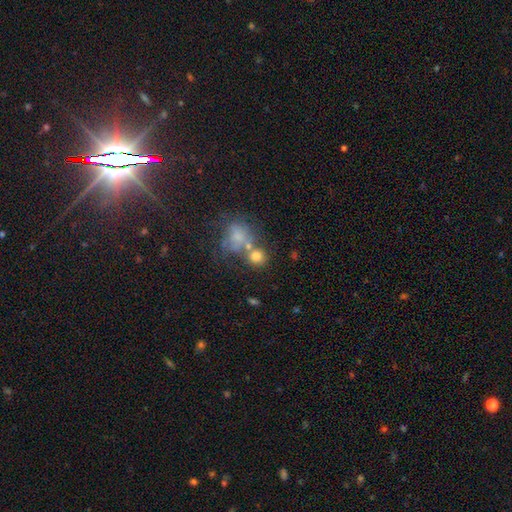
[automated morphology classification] Smooth or featured? smooth (65%)
How rounded? round (71%)
Merging? none (39%)